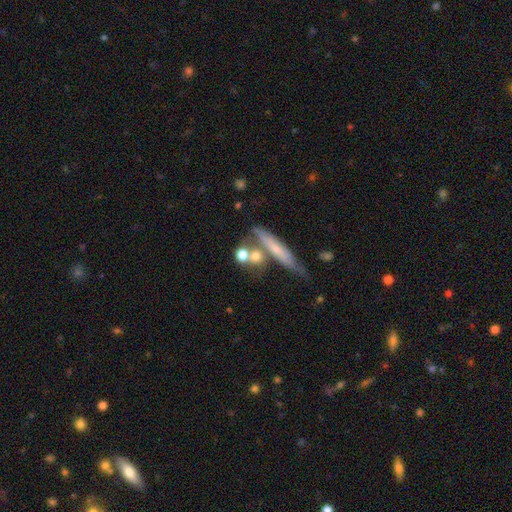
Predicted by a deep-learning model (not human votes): This appears to be a smooth galaxy with no disk features (60%) that is cigar-shaped (43%). Merging: none (48%).